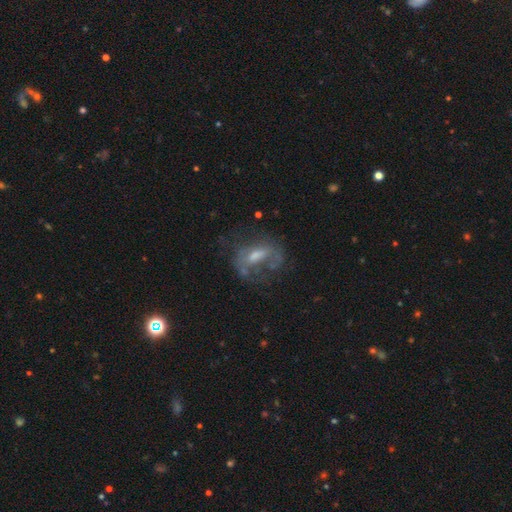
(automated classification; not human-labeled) Smooth or featured: featured or disk — 62% (smooth — 27%)
Edge-on disk: no — 93% (yes — 7%)
Bar: weak — 43% (no — 37%)
Spiral arms: yes — 53% (no — 47%)
Bulge size: moderate — 46% (small — 30%)
Merging: none — 44% (major disturbance — 32%)